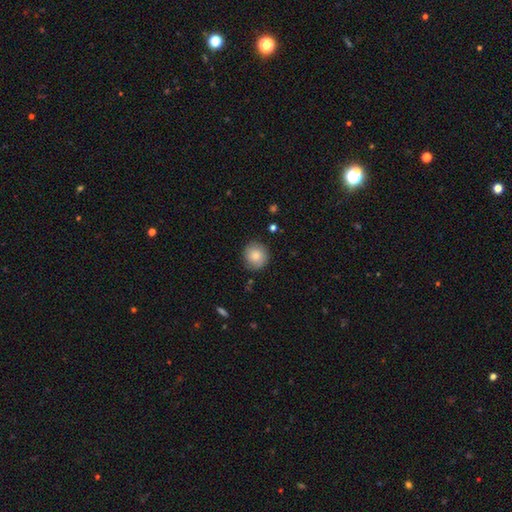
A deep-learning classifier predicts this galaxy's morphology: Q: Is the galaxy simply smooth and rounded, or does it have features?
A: smooth — 82%.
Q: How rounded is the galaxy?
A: round — 92%.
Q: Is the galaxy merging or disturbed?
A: none — 86%.